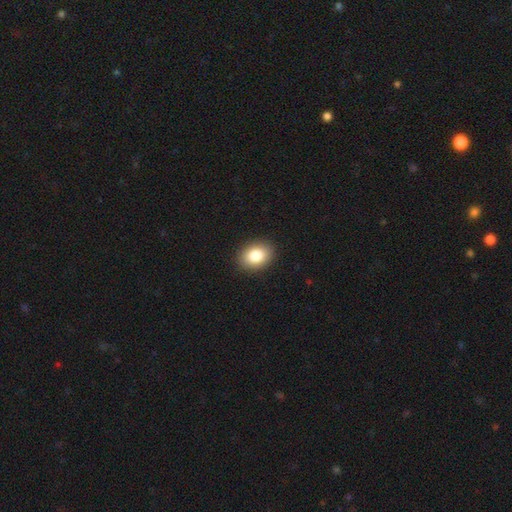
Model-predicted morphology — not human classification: A smooth galaxy with no disk features (84%) that is in between round and cigar-shaped (70%).

Vote fractions:
- Smooth or featured? smooth: 84% / star or artifact: 8% / featured or disk: 7%
- How rounded? in between: 70% / round: 29% / cigar-shaped: 1%
- Merging? none: 90% / minor disturbance: 7% / major disturbance: 2% / merger: 1%